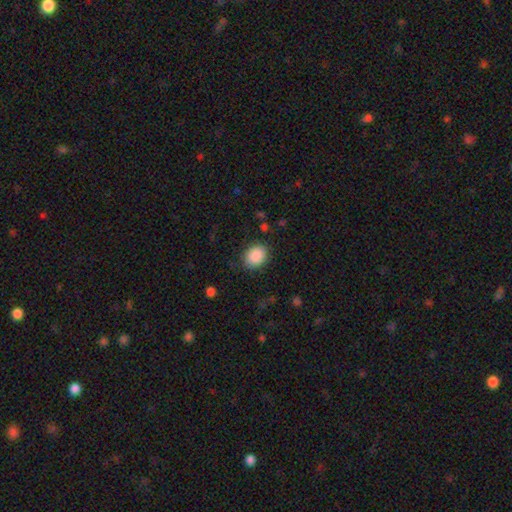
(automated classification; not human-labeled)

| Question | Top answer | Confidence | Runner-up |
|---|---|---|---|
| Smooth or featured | smooth | 89% | star or artifact (8%) |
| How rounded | round | 52% | in between (47%) |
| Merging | none | 84% | minor disturbance (11%) |